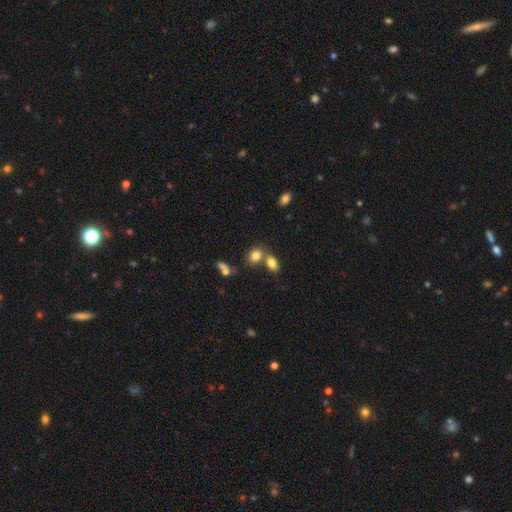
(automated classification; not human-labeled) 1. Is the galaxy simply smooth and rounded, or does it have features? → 80% smooth, 11% star or artifact, 9% featured or disk.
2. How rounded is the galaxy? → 64% in between, 34% round, 2% cigar-shaped.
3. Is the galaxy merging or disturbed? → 43% none (tied), 43% merger (tied), 10% minor disturbance, 5% major disturbance.